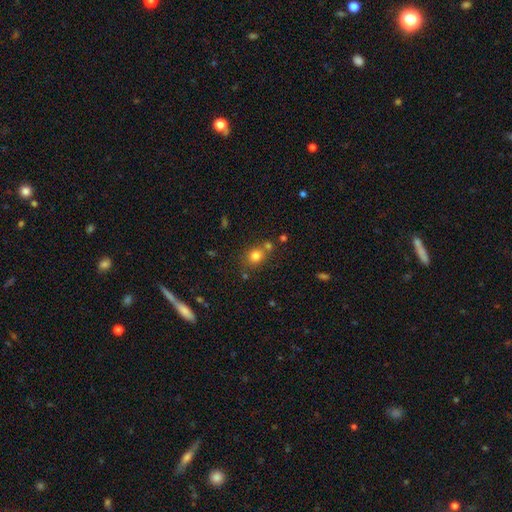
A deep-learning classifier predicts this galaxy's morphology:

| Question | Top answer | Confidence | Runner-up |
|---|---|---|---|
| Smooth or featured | smooth | 79% | star or artifact (13%) |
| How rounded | round | 64% | in between (35%) |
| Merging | none | 63% | merger (21%) |